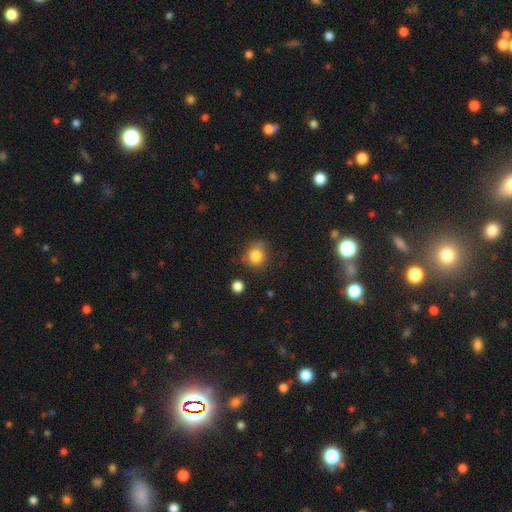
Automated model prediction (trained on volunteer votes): This appears to be a smooth galaxy with no disk features (83%) that is round (77%). Merging: none (72%).